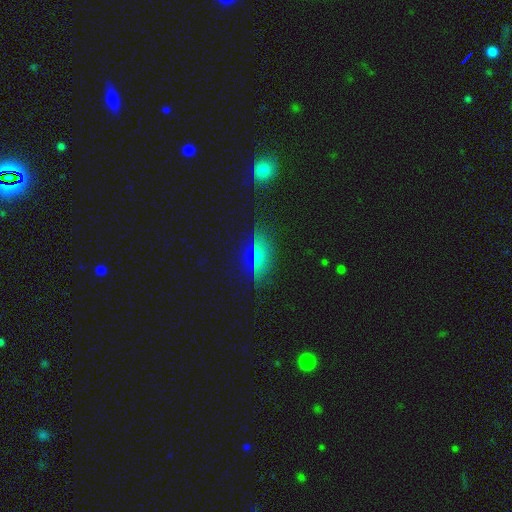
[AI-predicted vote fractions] Morphology: type=featured or disk (42%); merging=none (84%).